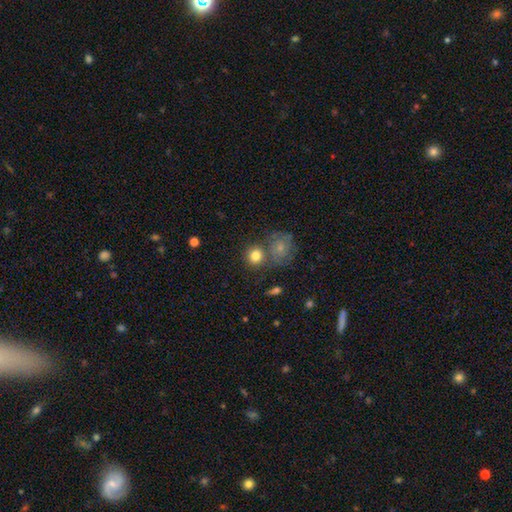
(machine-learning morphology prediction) type=smooth (79%); roundness=round (87%); merging=none (67%).